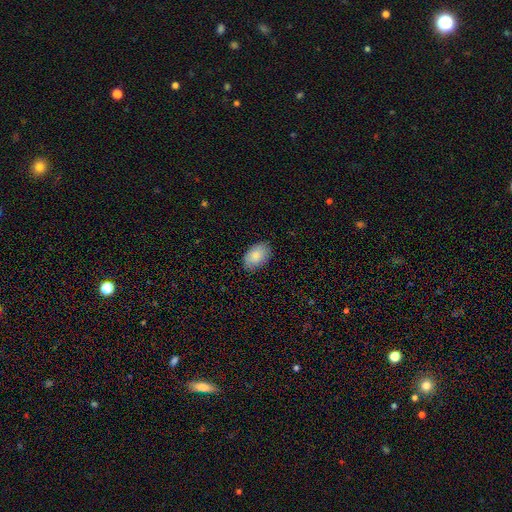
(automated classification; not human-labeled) This appears to be a smooth galaxy with no disk features (86%) that is in between round and cigar-shaped (91%). Merging: none (84%).